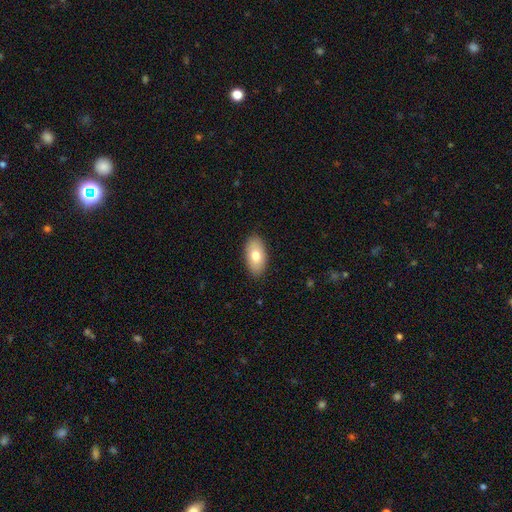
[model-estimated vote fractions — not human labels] This is likely a smooth galaxy (76%). How rounded: clearly in between (94%). Merging: clearly none (88%).